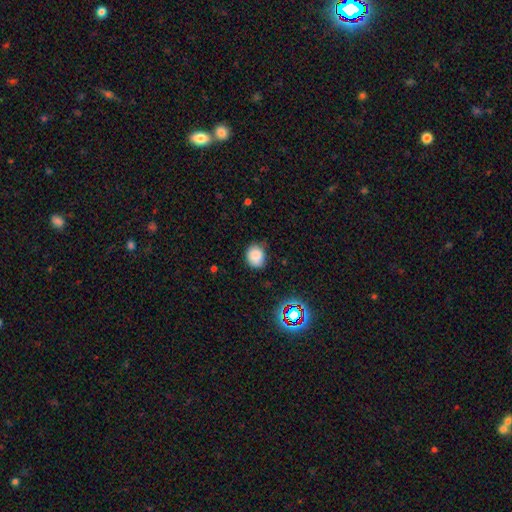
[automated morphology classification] smooth_or_featured: smooth (p=0.82) [alt: star or artifact p=0.12]
how_rounded: round (p=0.67) [alt: in between p=0.32]
merging: none (p=0.70) [alt: minor disturbance p=0.24]